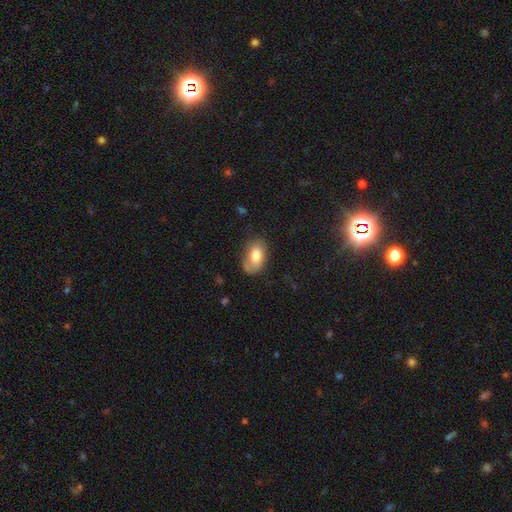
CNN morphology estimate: Overall: smooth (74%). How rounded: in between (91%). Merging: none (64%; minor disturbance 25%).